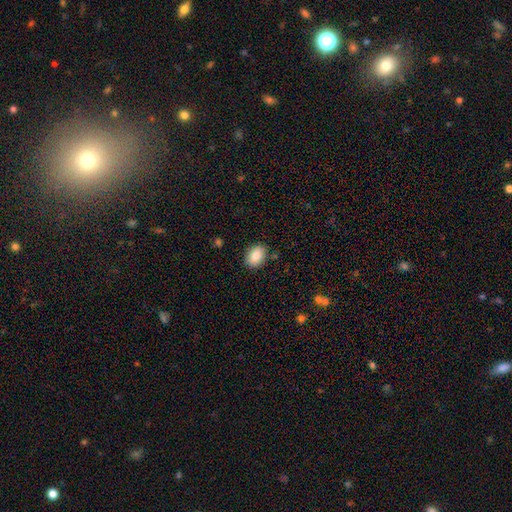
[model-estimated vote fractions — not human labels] Q: Smooth or featured?
A: smooth (85%); runner-up: star or artifact (8%)
Q: How rounded?
A: in between (72%); runner-up: round (27%)
Q: Merging?
A: none (86%); runner-up: minor disturbance (10%)